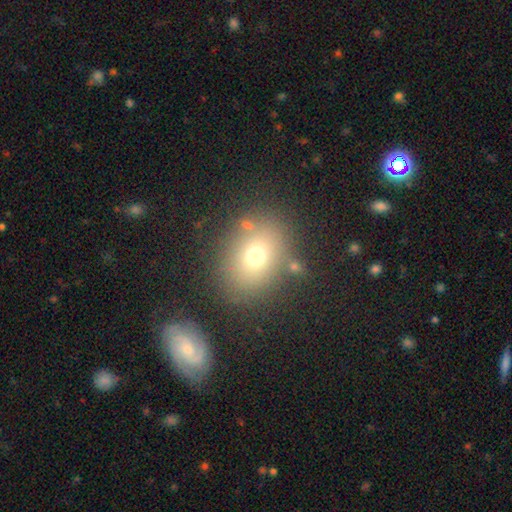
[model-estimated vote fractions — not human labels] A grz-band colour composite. It shows a smooth galaxy with no disk features (70%) that is in between round and cigar-shaped (57%). Merging: none (76%).